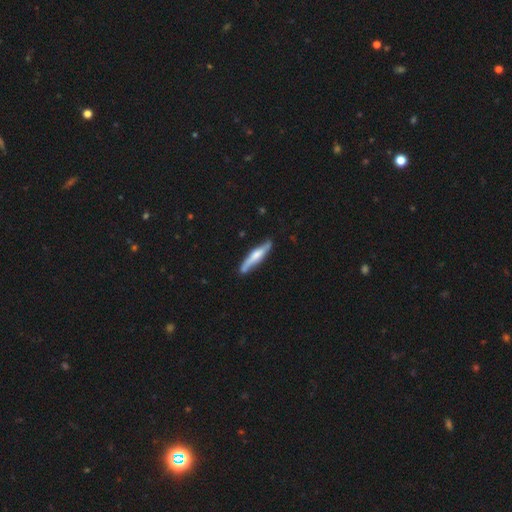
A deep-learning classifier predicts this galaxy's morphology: featured or disk 50%, smooth 45%, star or artifact 5%. Down the decision tree: edge-on disk — yes (83%); merging — none (78%).